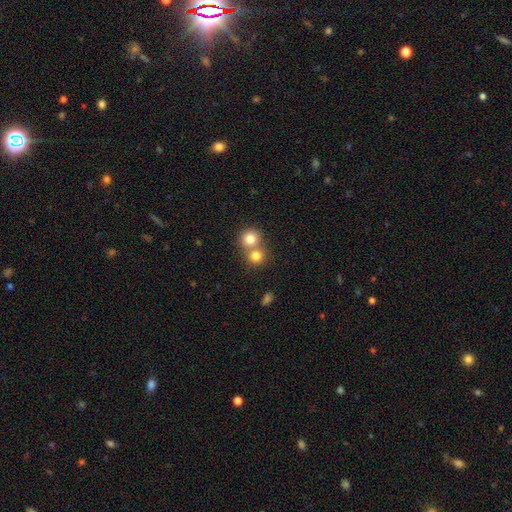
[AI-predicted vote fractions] smooth_or_featured: smooth (p=0.79) [alt: star or artifact p=0.12]
how_rounded: round (p=0.87) [alt: in between p=0.12]
merging: merger (p=0.49) [alt: none p=0.44]